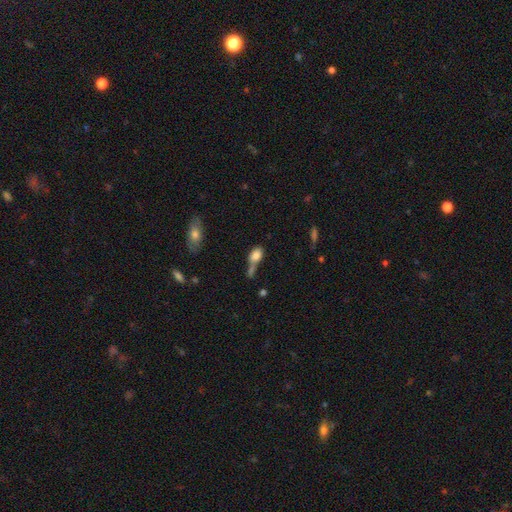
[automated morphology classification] Smooth or featured?
  - smooth: 80% *
  - featured or disk: 11%
  - star or artifact: 9%
How rounded?
  - in between: 84% *
  - round: 11%
  - cigar-shaped: 5%
Merging?
  - merger: 44% *
  - none: 31%
  - minor disturbance: 16%
  - major disturbance: 10%